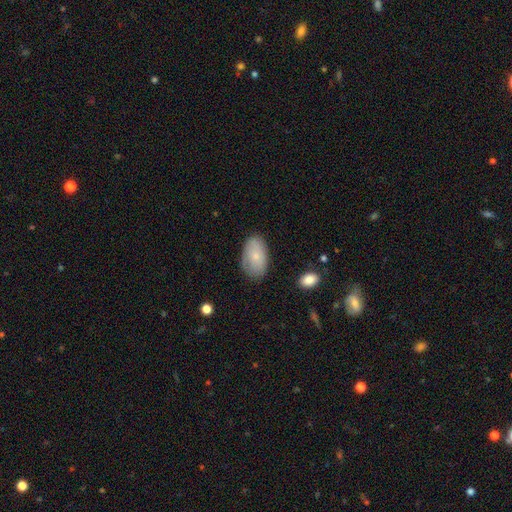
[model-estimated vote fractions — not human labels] smooth 71%, featured or disk 22%, star or artifact 7%. Down the decision tree: how rounded — in between (92%); merging — none (74%).